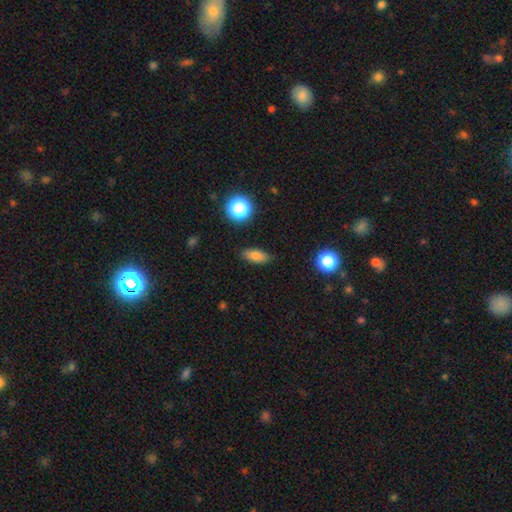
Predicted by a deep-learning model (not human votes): Smooth or featured? smooth (79%)
How rounded? in between (76%)
Merging? none (86%)